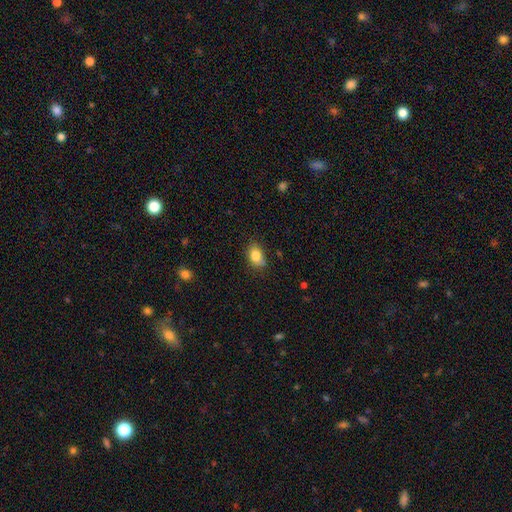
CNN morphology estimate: The model was most divided on "merging": none: 71%, minor disturbance: 22%, major disturbance: 4%, merger: 3%. More confident: smooth or featured — smooth (83%); how rounded — in between (78%).